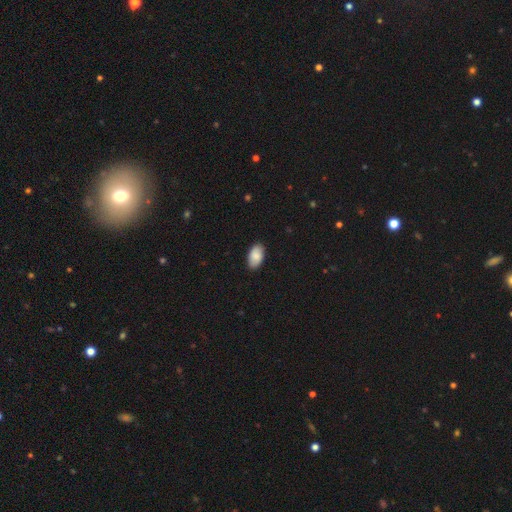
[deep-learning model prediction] Smooth or featured? smooth (88%)
How rounded? in between (95%)
Merging? none (87%)